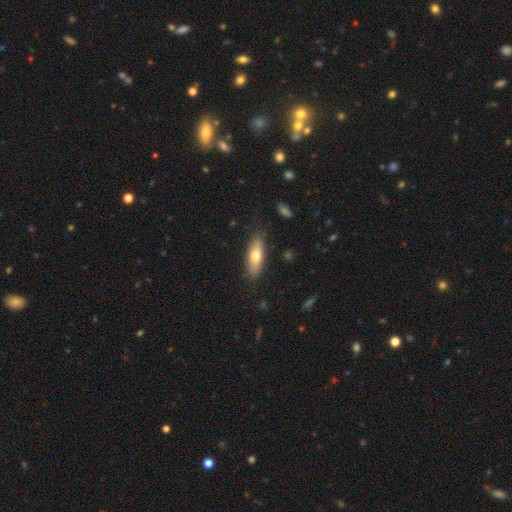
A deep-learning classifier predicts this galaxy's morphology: A smooth galaxy with no disk features (65%) that is in between round and cigar-shaped (53%).

Vote fractions:
- Smooth or featured? smooth: 65% / featured or disk: 29% / star or artifact: 6%
- How rounded? in between: 53% / cigar-shaped: 44% / round: 3%
- Merging? none: 83% / minor disturbance: 13% / major disturbance: 3% / merger: 2%